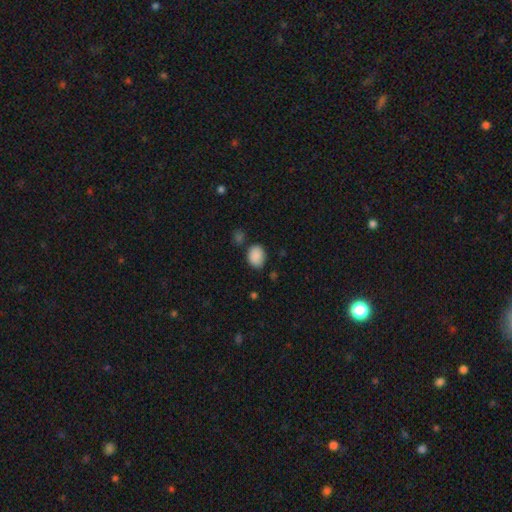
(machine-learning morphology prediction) smooth-or-featured: smooth: 88% | star or artifact: 9% | featured or disk: 3%
  how-rounded: in between: 64% | round: 35% | cigar-shaped: 1%
  merging: none: 74% | minor disturbance: 17% | merger: 5% | major disturbance: 4%